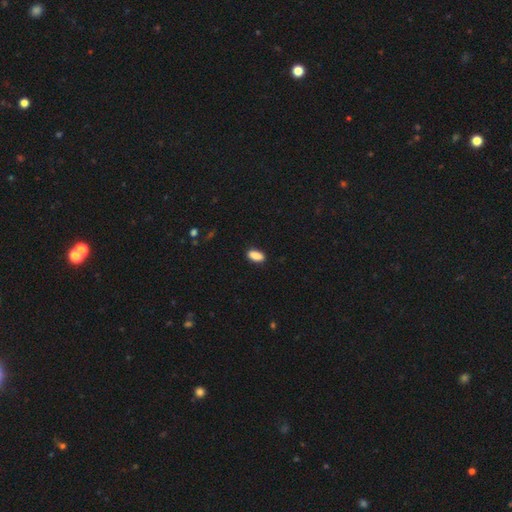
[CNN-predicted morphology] Overall: smooth (89%). How rounded: in between (88%). Merging: none (87%).